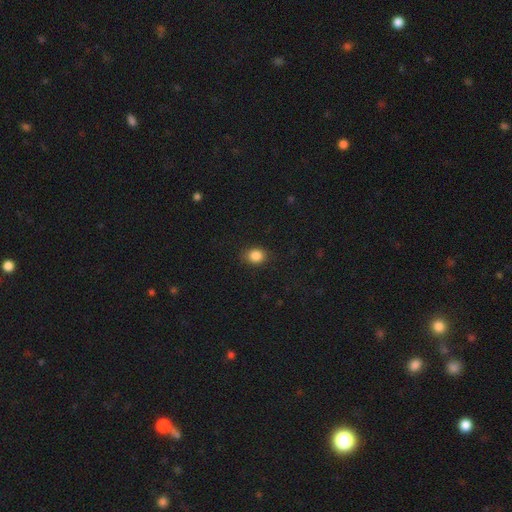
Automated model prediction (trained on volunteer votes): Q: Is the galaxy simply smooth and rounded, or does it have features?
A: smooth — 86%.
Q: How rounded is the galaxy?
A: round — 57%.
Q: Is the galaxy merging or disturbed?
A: none — 85%.